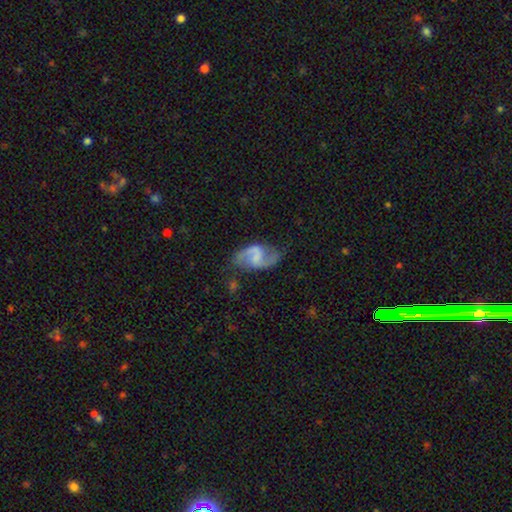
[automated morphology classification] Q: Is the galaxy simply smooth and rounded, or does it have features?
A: featured or disk — 85%.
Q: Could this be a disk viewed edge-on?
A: no — 98%.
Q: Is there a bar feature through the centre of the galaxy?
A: weak — 53%.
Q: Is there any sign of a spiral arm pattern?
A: yes — 95%.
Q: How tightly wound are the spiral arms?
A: medium — 46%.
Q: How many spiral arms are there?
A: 2 — 93%.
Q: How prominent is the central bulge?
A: none — 47%.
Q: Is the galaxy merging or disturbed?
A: none — 74%.